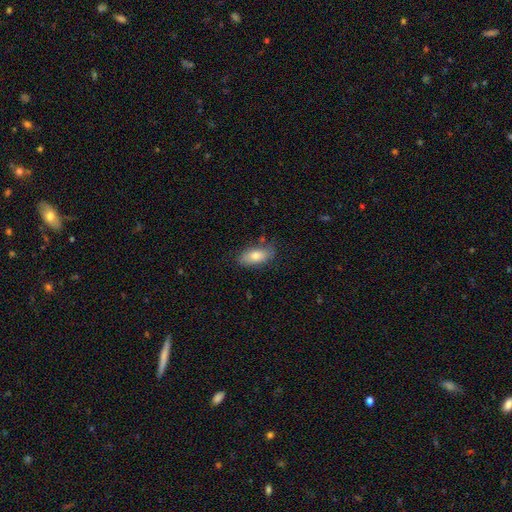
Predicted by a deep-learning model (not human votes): Morphology: type=smooth (77%); roundness=in between (87%); merging=none (77%).